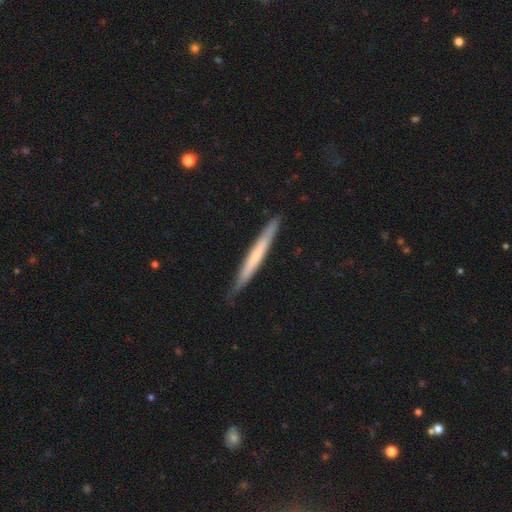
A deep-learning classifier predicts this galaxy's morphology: smooth-or-featured: smooth: 50% | featured or disk: 45% | star or artifact: 5%
  how-rounded: cigar-shaped: 97% | in between: 2% | round: 1%
  merging: none: 86% | minor disturbance: 11% | major disturbance: 2% | merger: 1%